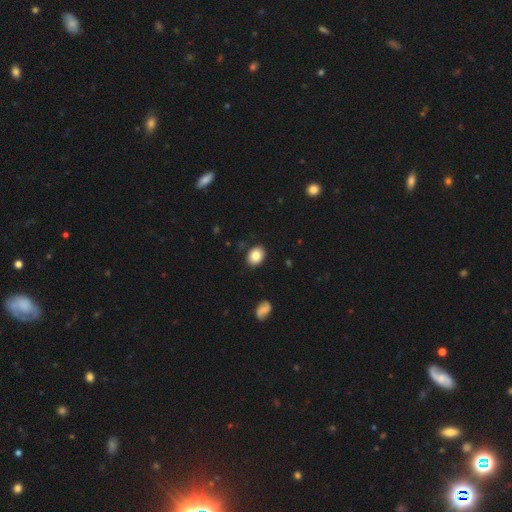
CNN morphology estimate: The model was most divided on "how rounded": in between: 64%, round: 35%, cigar-shaped: 1%. More confident: merging — none (86%); smooth or featured — smooth (83%).